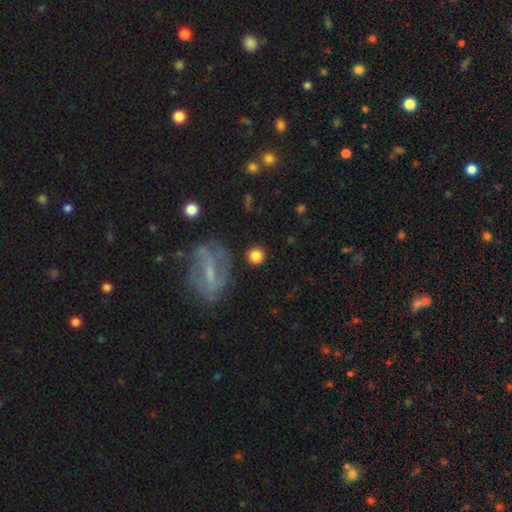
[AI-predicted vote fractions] smooth_or_featured: smooth (p=0.80) [alt: featured or disk p=0.11]
how_rounded: round (p=0.90) [alt: in between p=0.09]
merging: none (p=0.84) [alt: minor disturbance p=0.09]